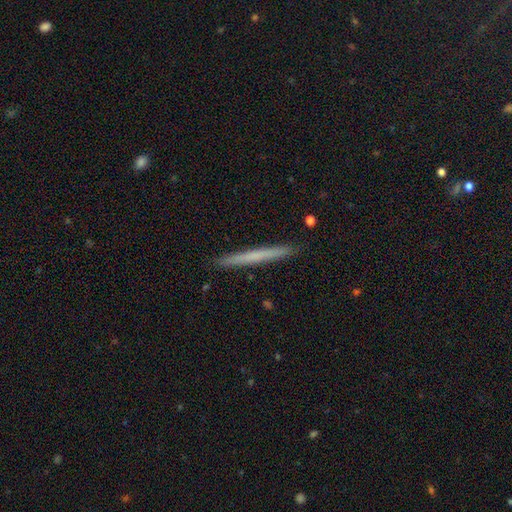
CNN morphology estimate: Q: Smooth or featured?
A: smooth (56%); runner-up: featured or disk (38%)
Q: How rounded?
A: cigar-shaped (97%); runner-up: in between (1%)
Q: Merging?
A: none (93%); runner-up: minor disturbance (5%)